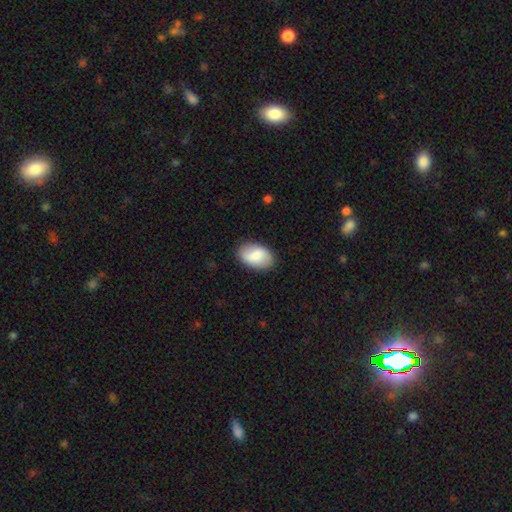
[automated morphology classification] smooth_or_featured: smooth (p=0.73) [alt: featured or disk p=0.21]
how_rounded: in between (p=0.91) [alt: round p=0.08]
merging: none (p=0.85) [alt: minor disturbance p=0.11]